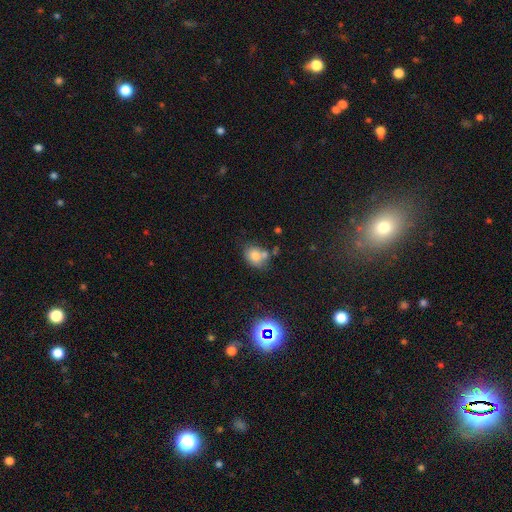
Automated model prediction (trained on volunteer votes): smooth-or-featured: smooth: 75% | star or artifact: 14% | featured or disk: 11%
  how-rounded: in between: 58% | round: 41% | cigar-shaped: 1%
  merging: none: 54% | merger: 21% | minor disturbance: 19% | major disturbance: 6%